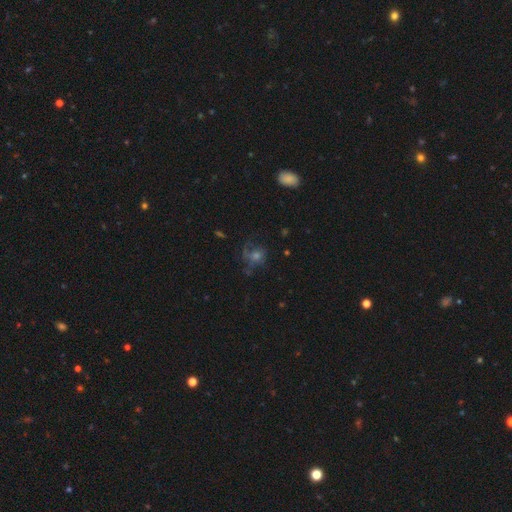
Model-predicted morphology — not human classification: This appears to be a featured or disk galaxy (42%). Merging: none (56%).